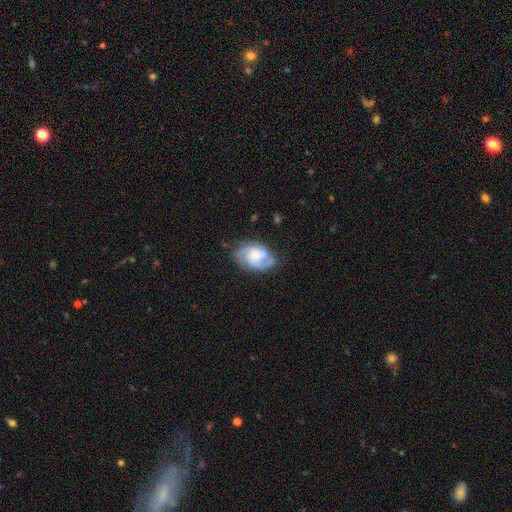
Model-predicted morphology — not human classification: A featured or disk galaxy (72%) with no bar (66%), 2 (49%) medium (46%) spiral arms (92%) and a moderate central bulge (38%).

Vote fractions:
- Smooth or featured? featured or disk: 72% / smooth: 22% / star or artifact: 6%
- Edge-on disk? no: 97% / yes: 3%
- Bar? no: 66% / weak: 29% / strong: 4%
- Spiral arms? yes: 92% / no: 8%
- Spiral winding? medium: 46% / tight: 36% / loose: 18%
- Spiral arm count? 2: 49% / 3: 19% / can't tell: 18% / 1: 8% / 4: 3% / more than 4: 3%
- Bulge size? moderate: 38% / small: 37% / large: 11% / none: 11% / dominant: 2%
- Merging? none: 61% / minor disturbance: 24% / major disturbance: 12% / merger: 2%